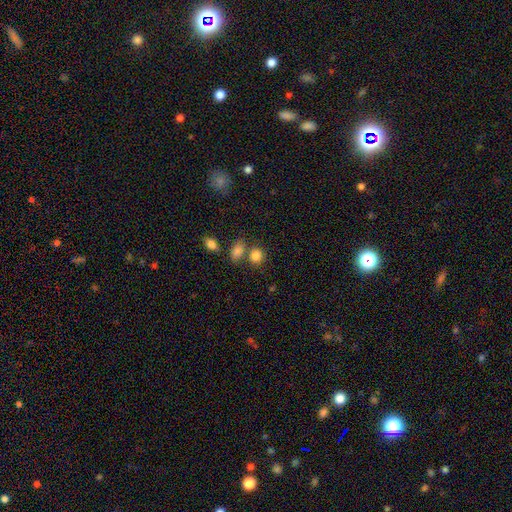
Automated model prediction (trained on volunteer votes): This appears to be a smooth galaxy with no disk features (84%) that is round (62%). Merging: none (59%).